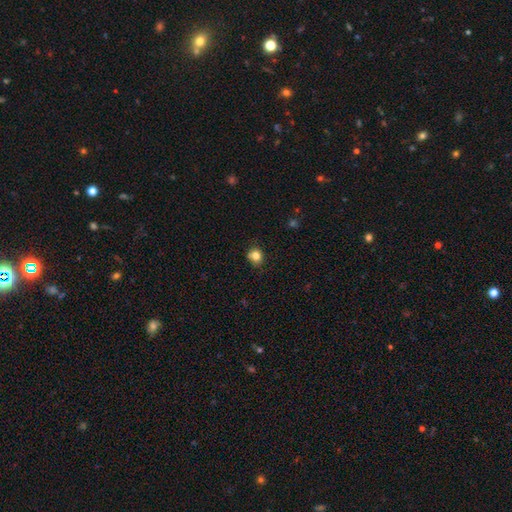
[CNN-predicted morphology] Smooth or featured? Predicted: smooth (p=0.80). How rounded? Predicted: round (p=0.78). Merging? Predicted: none (p=0.73).